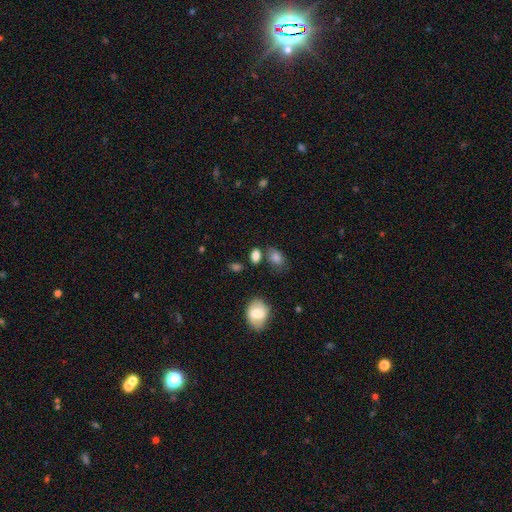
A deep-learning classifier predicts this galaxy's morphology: Overall: smooth (83%). How rounded: in between (81%). Merging: none (69%).